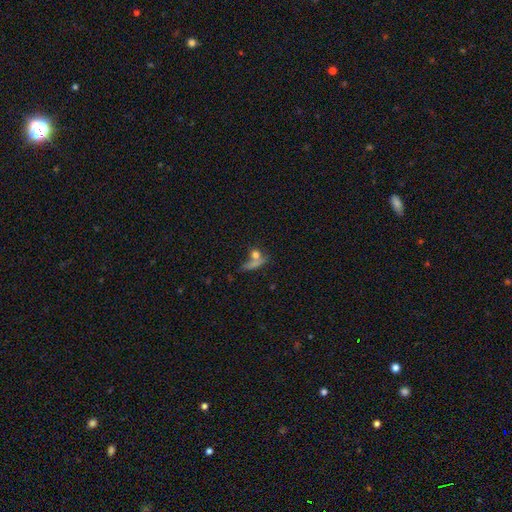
Smooth or featured?
  - smooth: 82% *
  - featured or disk: 11%
  - star or artifact: 8%
How rounded?
  - round: 71% *
  - cigar-shaped: 16%
  - in between: 13%
Merging?
  - none: 54% *
  - major disturbance: 23%
  - merger: 23%
  - minor disturbance: 0%